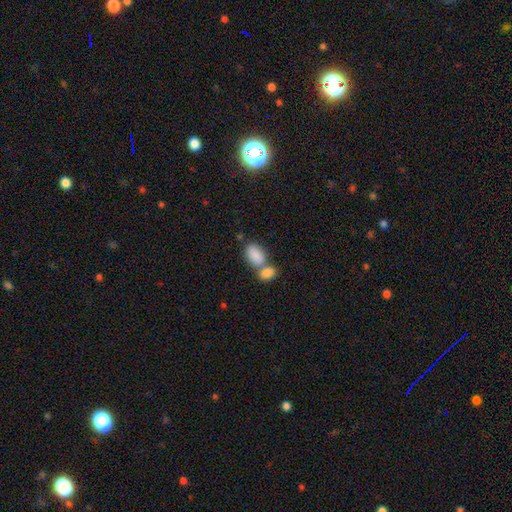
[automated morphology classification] Q: Smooth or featured?
A: smooth (86%); runner-up: featured or disk (7%)
Q: How rounded?
A: in between (93%); runner-up: round (5%)
Q: Merging?
A: merger (58%); runner-up: none (31%)